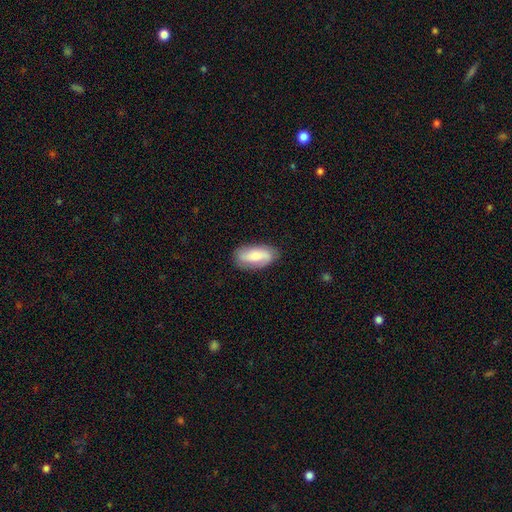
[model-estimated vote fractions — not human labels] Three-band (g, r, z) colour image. It shows a smooth galaxy with no disk features (55%) that is in between round and cigar-shaped (89%). Merging: none (80%).